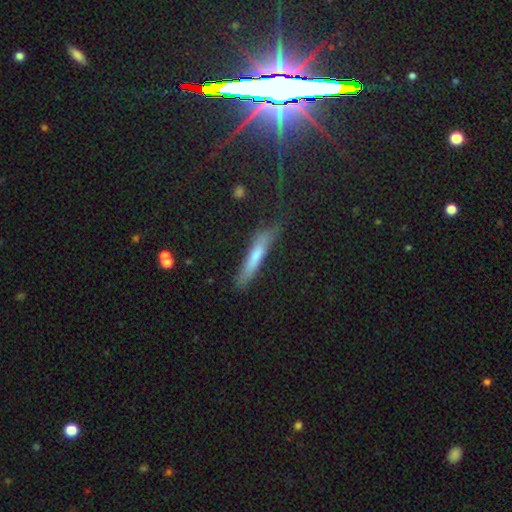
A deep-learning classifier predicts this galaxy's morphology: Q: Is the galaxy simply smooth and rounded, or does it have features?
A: smooth — 63%.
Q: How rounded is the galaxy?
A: cigar-shaped — 92%.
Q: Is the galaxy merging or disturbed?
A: none — 73%.